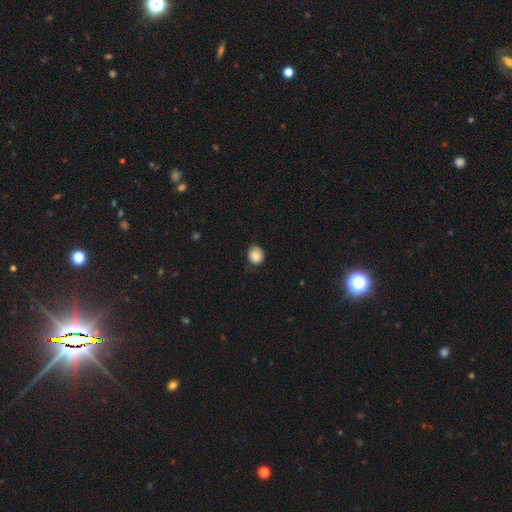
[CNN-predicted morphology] Smooth or featured: smooth — 85% (star or artifact — 9%)
How rounded: round — 72% (in between — 27%)
Merging: none — 80% (minor disturbance — 16%)